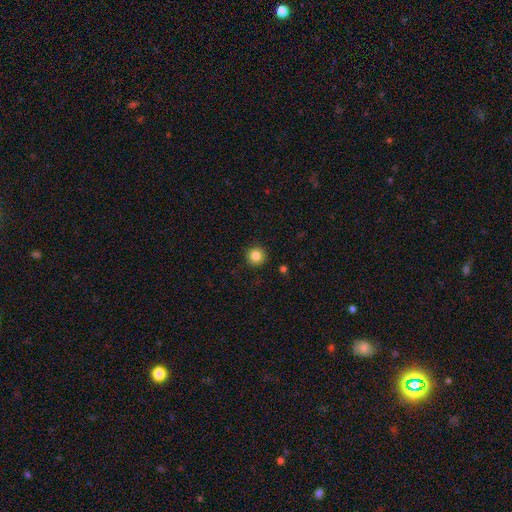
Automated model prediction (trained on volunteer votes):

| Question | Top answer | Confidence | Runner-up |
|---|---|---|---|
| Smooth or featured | smooth | 84% | star or artifact (11%) |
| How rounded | round | 95% | in between (4%) |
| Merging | none | 92% | minor disturbance (5%) |